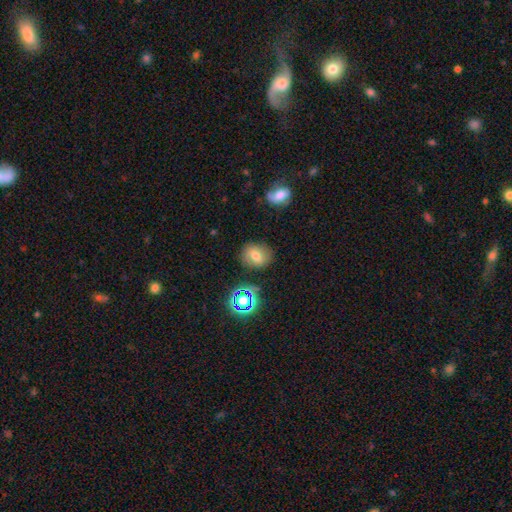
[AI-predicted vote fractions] A smooth galaxy with no disk features (67%) that is round (65%). Merging: none (81%).